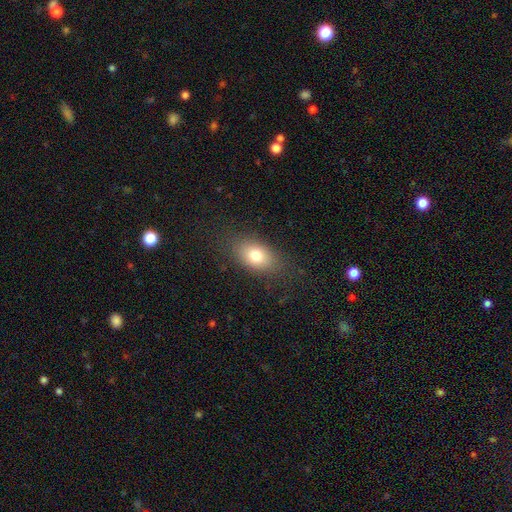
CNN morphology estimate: Smooth or featured: smooth — 76% (featured or disk — 14%)
How rounded: in between — 82% (round — 16%)
Merging: none — 82% (minor disturbance — 12%)